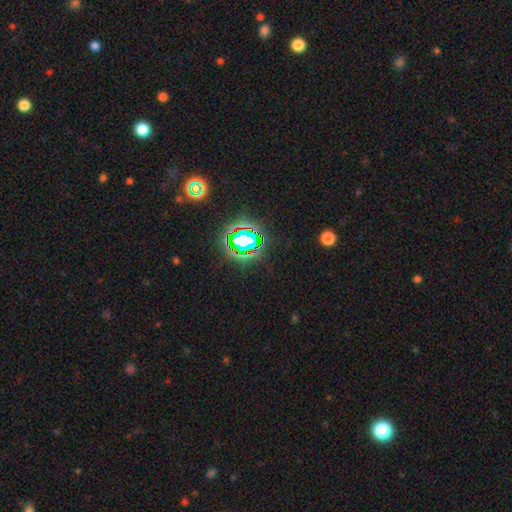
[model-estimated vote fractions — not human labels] smooth-or-featured: star or artifact: 78% | smooth: 14% | featured or disk: 7%